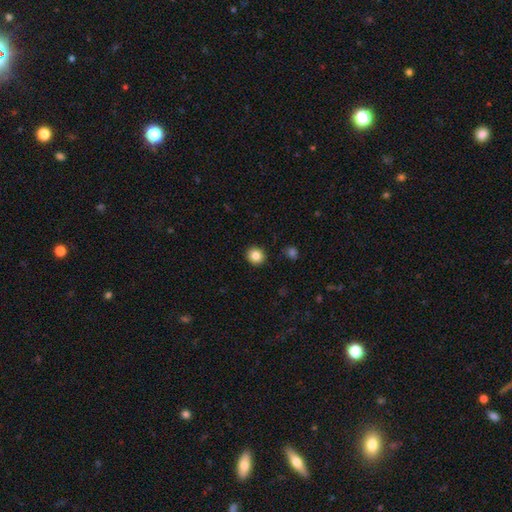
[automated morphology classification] Smooth or featured: smooth — 84% (star or artifact — 10%)
How rounded: round — 89% (in between — 10%)
Merging: none — 91% (minor disturbance — 6%)